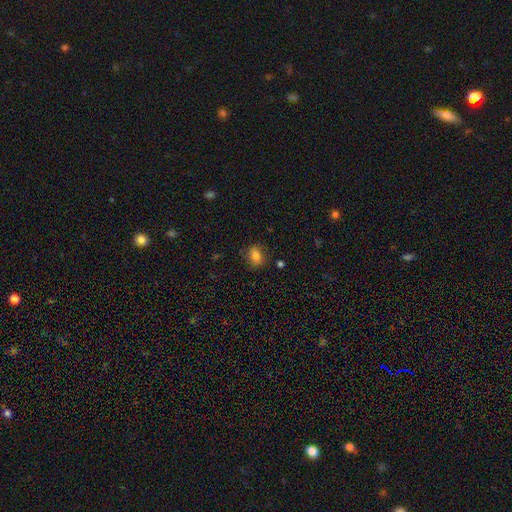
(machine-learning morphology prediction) This is likely a smooth galaxy (80%). How rounded: possibly in between (60%). Merging: clearly none (81%).